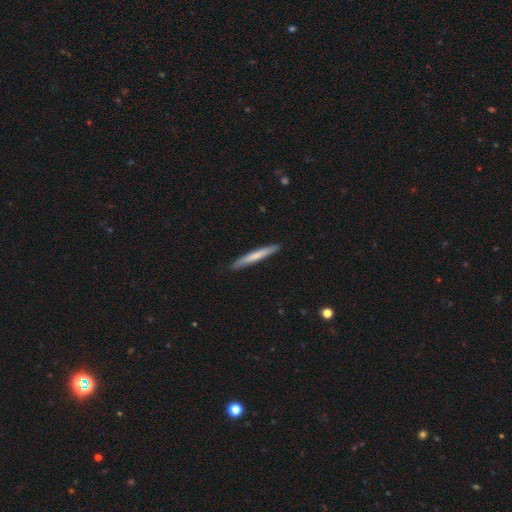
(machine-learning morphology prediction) smooth_or_featured: smooth (p=0.66) [alt: featured or disk p=0.29]
how_rounded: cigar-shaped (p=0.96) [alt: in between p=0.03]
merging: none (p=0.90) [alt: minor disturbance p=0.08]